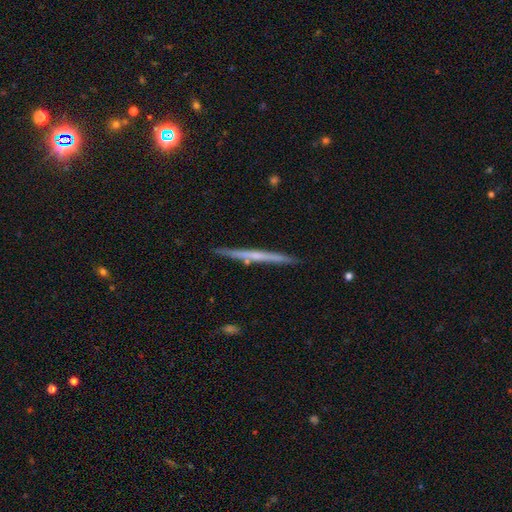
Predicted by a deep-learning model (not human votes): smooth_or_featured: featured or disk (p=0.63) [alt: smooth p=0.31]
disk_edge_on: yes (p=0.98) [alt: no p=0.02]
edge_on_bulge: none (p=0.67) [alt: rounded p=0.28]
merging: none (p=0.89) [alt: minor disturbance p=0.08]